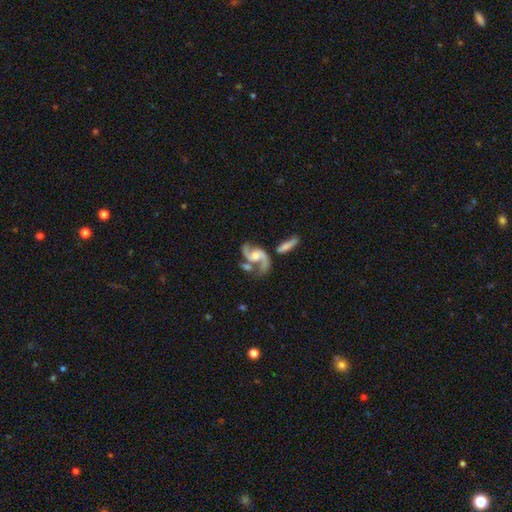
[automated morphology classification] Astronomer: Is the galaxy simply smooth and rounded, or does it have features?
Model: featured or disk — 88%.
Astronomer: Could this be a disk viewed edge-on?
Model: no — 97%.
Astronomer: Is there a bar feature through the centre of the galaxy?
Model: no — 54% (runner-up: weak, 37%).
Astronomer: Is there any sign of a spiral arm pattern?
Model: yes — 96%.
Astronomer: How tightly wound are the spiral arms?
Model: loose — 54% (runner-up: medium, 39%).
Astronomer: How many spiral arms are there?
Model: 2 — 92%.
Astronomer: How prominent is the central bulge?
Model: moderate — 55%.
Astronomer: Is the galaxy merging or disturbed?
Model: none — 46% (runner-up: merger, 24%).